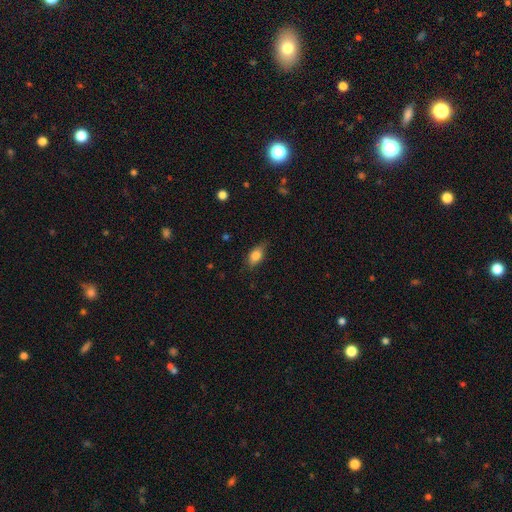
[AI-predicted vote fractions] The model was most divided on "merging": none: 77%, minor disturbance: 19%, major disturbance: 4%, merger: 1%. More confident: how rounded — in between (83%); smooth or featured — smooth (79%).